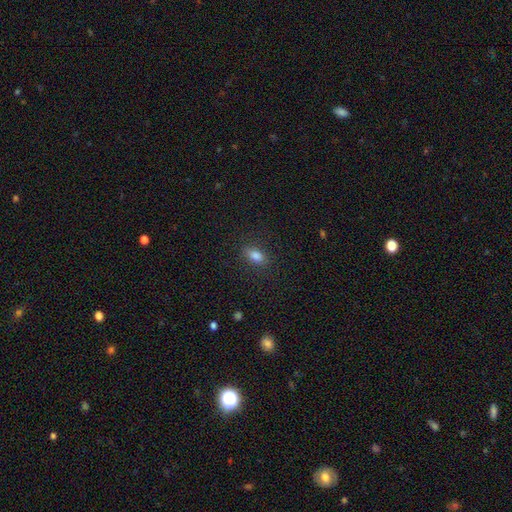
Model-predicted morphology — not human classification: Smooth or featured? Predicted: smooth (p=0.83). How rounded? Predicted: in between (p=0.85). Merging? Predicted: none (p=0.84).